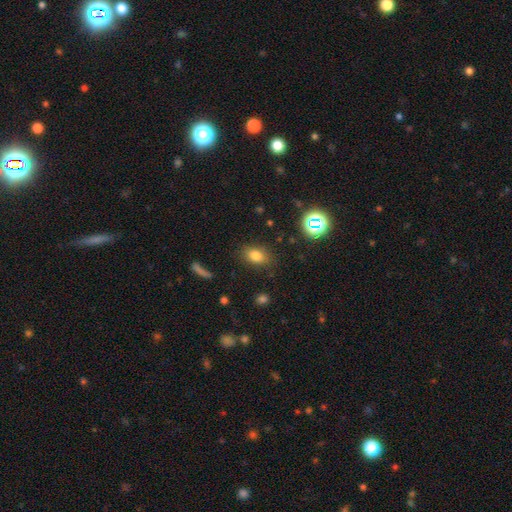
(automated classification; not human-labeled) This is likely a smooth galaxy (78%). How rounded: likely in between (77%). Merging: clearly none (82%).